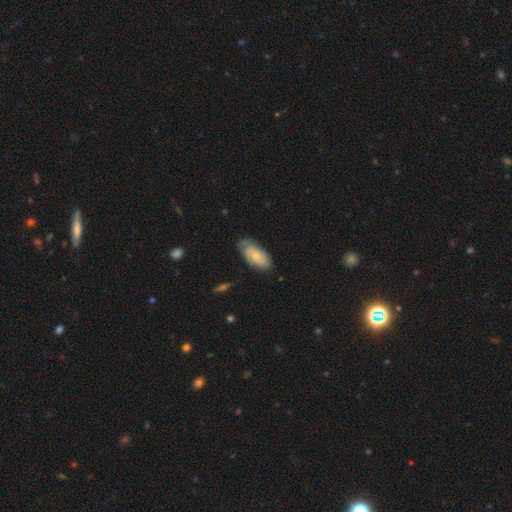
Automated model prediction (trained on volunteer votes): Smooth or featured: smooth — 59% (featured or disk — 35%)
How rounded: in between — 91% (cigar-shaped — 7%)
Merging: none — 62% (minor disturbance — 30%)